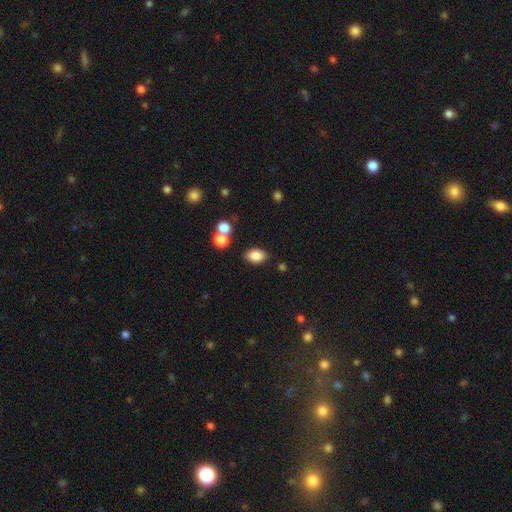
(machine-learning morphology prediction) Smooth or featured? smooth (83%)
How rounded? in between (83%)
Merging? none (80%)